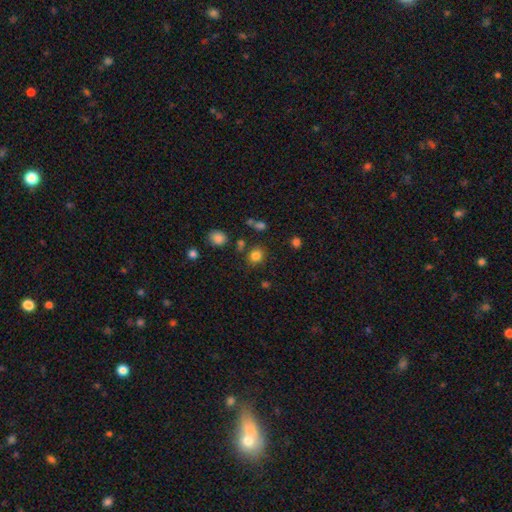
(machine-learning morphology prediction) Smooth or featured: smooth — 81% (star or artifact — 13%)
How rounded: round — 79% (in between — 20%)
Merging: none — 80% (minor disturbance — 10%)